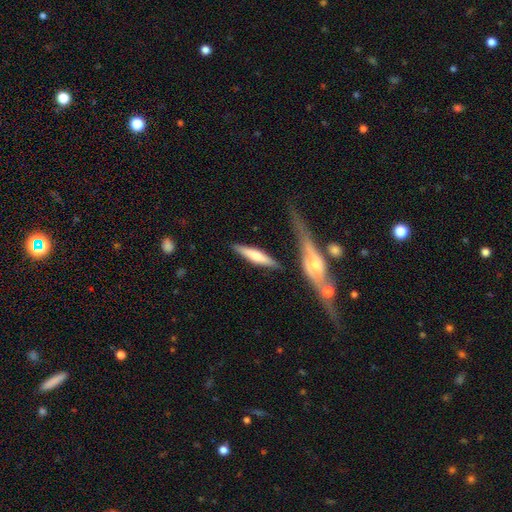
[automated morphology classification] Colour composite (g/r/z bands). It shows a smooth galaxy with no disk features (55%) that is cigar-shaped (81%). Merging: none (73%).